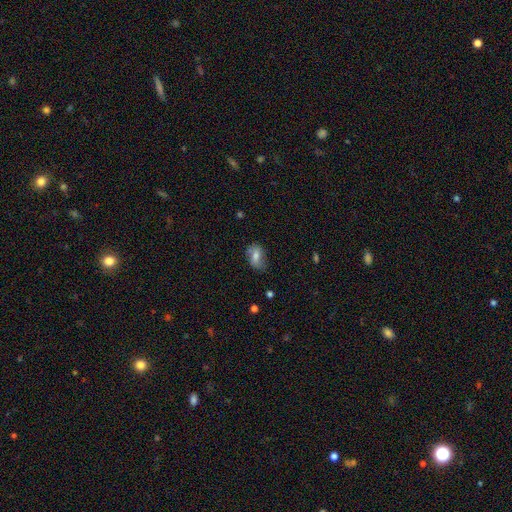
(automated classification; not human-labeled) The model was most divided on "merging": none: 62%, minor disturbance: 28%, major disturbance: 8%, merger: 3%. More confident: how rounded — in between (84%); smooth or featured — smooth (67%).